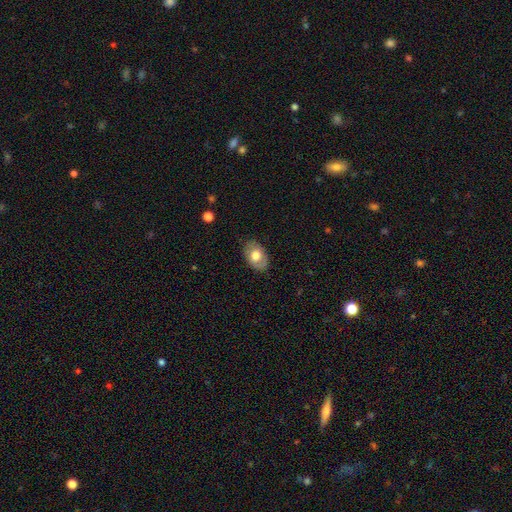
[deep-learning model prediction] The model was most divided on "smooth or featured": smooth: 65%, featured or disk: 28%, star or artifact: 7%. More confident: how rounded — in between (85%); merging — none (80%).